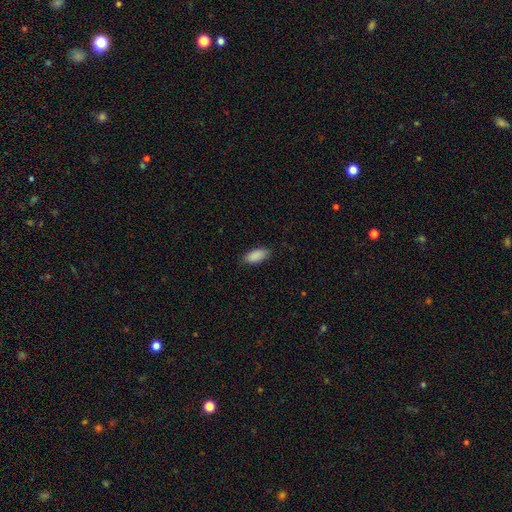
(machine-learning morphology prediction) Smooth or featured: smooth — 90% (star or artifact — 6%)
How rounded: in between — 88% (cigar-shaped — 10%)
Merging: none — 83% (minor disturbance — 13%)